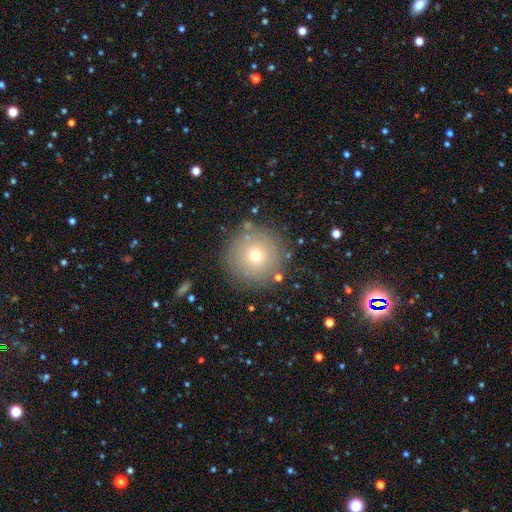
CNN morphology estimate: This appears to be a smooth galaxy with no disk features (65%) that is round (96%). Merging: none (85%).